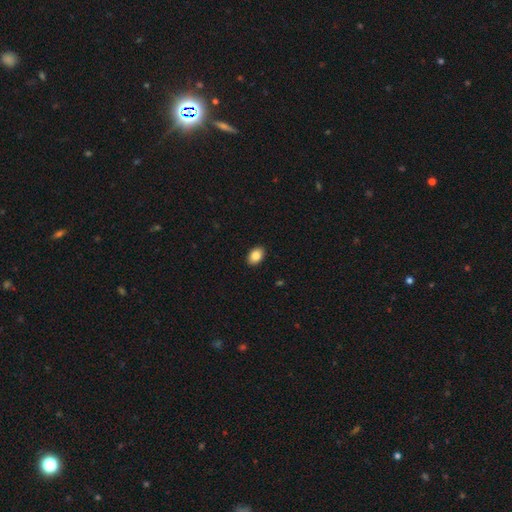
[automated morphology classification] Smooth or featured?
  - smooth: 85% *
  - star or artifact: 8%
  - featured or disk: 7%
How rounded?
  - in between: 84% *
  - round: 15%
  - cigar-shaped: 1%
Merging?
  - none: 90% *
  - minor disturbance: 7%
  - major disturbance: 2%
  - merger: 1%